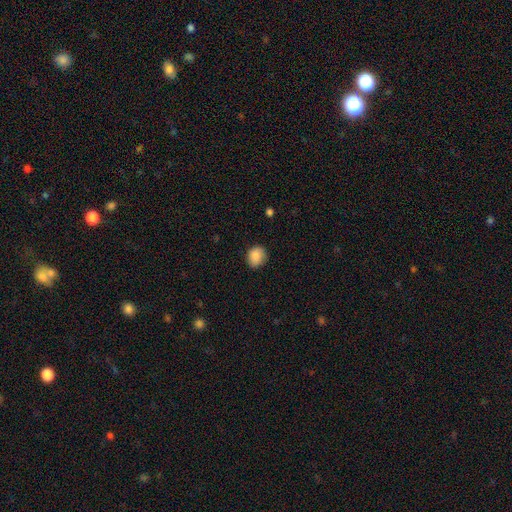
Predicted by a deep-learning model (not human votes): Q: Smooth or featured?
A: smooth (87%); runner-up: star or artifact (8%)
Q: How rounded?
A: round (70%); runner-up: in between (29%)
Q: Merging?
A: none (81%); runner-up: minor disturbance (15%)